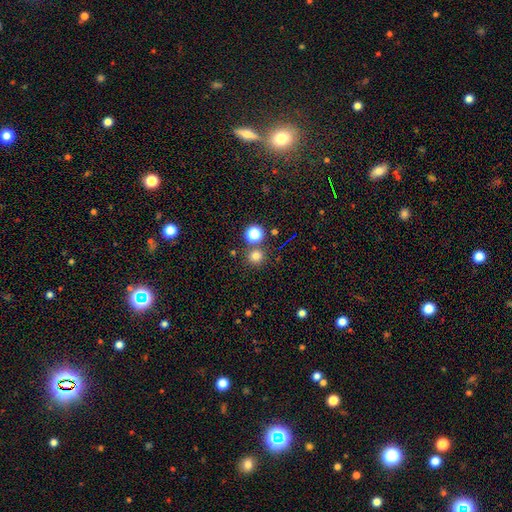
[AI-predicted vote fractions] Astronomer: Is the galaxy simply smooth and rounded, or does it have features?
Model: smooth — 76%.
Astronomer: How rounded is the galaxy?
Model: round — 92%.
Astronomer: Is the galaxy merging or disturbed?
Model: none — 79%.